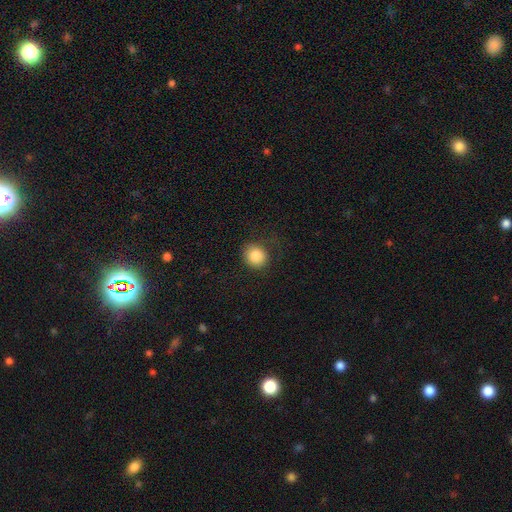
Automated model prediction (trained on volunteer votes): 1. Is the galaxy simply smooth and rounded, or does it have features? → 84% smooth, 10% star or artifact, 6% featured or disk.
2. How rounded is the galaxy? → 85% round, 14% in between, 1% cigar-shaped.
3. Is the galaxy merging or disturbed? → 76% none, 15% minor disturbance, 8% major disturbance, 1% merger.